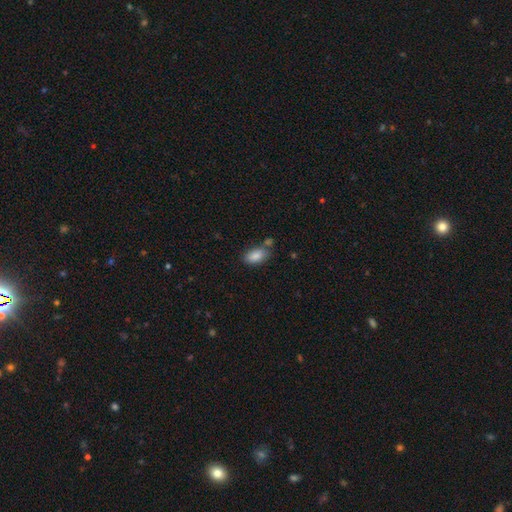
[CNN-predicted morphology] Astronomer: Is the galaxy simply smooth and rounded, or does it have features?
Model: smooth — 87%.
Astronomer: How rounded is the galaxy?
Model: in between — 92%.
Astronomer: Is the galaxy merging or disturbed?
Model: none — 64%.